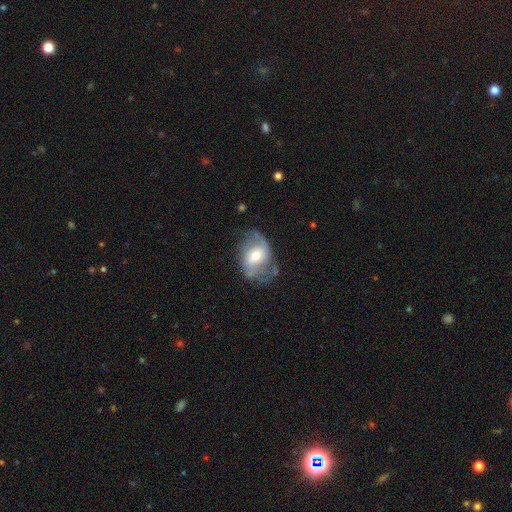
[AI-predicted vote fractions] A featured or disk galaxy (62%) with a weak bar (39%), spiral arms (70%) and a moderate central bulge (60%).

Vote fractions:
- Smooth or featured? featured or disk: 62% / smooth: 31% / star or artifact: 7%
- Edge-on disk? no: 95% / yes: 5%
- Bar? weak: 39% / no: 38% / strong: 22%
- Spiral arms? yes: 70% / no: 30%
- Bulge size? moderate: 60% / small: 29% / large: 8% / dominant: 1% / none: 1%
- Merging? none: 55% / minor disturbance: 26% / major disturbance: 17% / merger: 3%